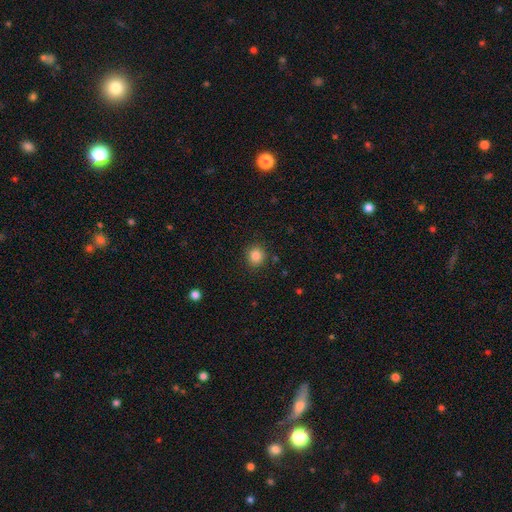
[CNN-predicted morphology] type=smooth (84%); roundness=round (86%); merging=none (88%).